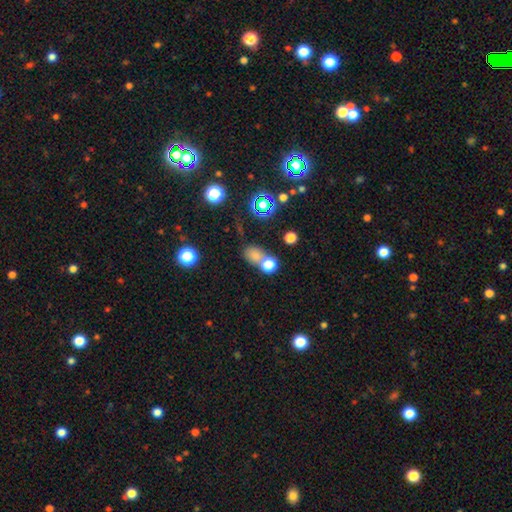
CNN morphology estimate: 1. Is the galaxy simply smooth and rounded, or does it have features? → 70% smooth, 22% star or artifact, 9% featured or disk.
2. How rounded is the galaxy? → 51% in between, 47% round, 2% cigar-shaped.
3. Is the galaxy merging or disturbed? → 49% none, 35% merger, 11% minor disturbance, 5% major disturbance.